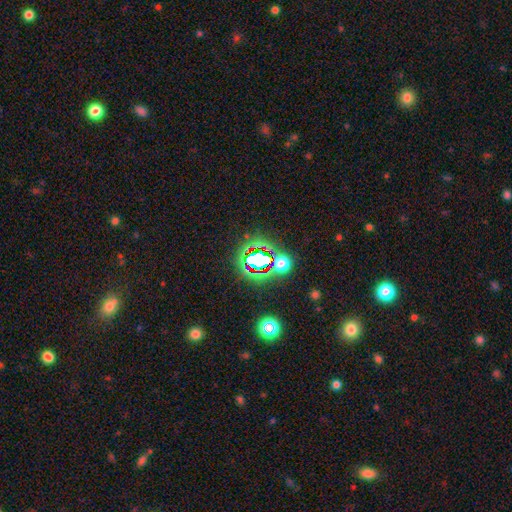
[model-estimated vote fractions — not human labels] This appears to be a star or artifact, not a galaxy (68%).